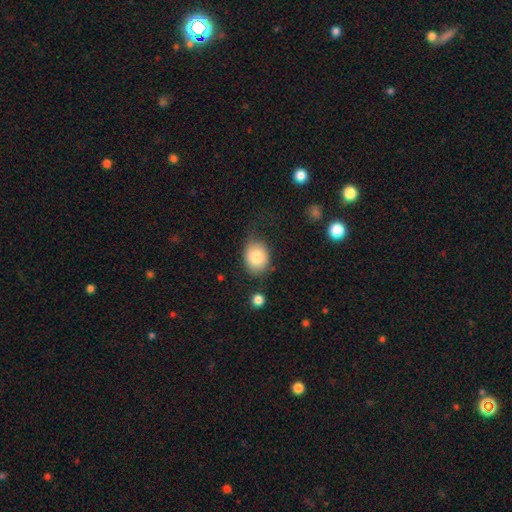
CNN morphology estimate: Q: Smooth or featured?
A: smooth (80%); runner-up: featured or disk (12%)
Q: How rounded?
A: round (51%); runner-up: in between (48%)
Q: Merging?
A: none (64%); runner-up: minor disturbance (24%)